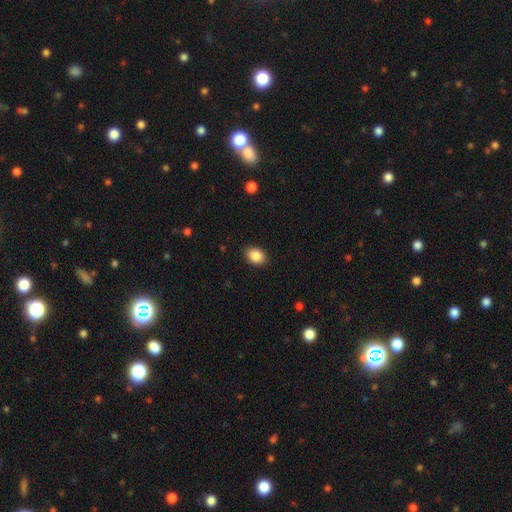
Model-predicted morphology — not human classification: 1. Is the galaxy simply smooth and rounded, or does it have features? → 88% smooth, 8% star or artifact, 4% featured or disk.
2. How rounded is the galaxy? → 67% in between, 32% round, 1% cigar-shaped.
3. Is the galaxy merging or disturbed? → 89% none, 8% minor disturbance, 2% major disturbance, 1% merger.